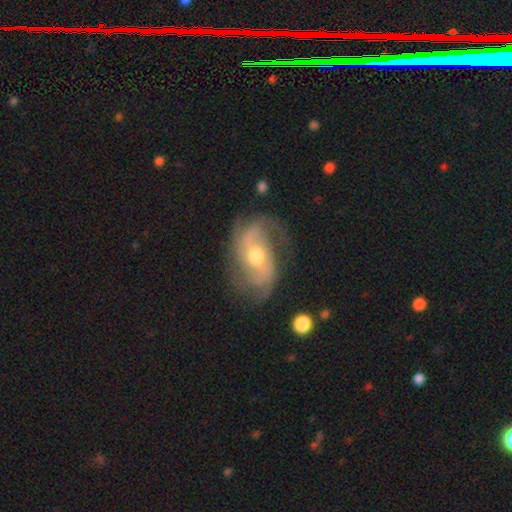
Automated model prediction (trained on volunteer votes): This appears to be a featured or disk galaxy (83%) with no bar (52%), 2 (59%) medium (42%) spiral arms (93%) and a moderate central bulge (71%). Merging: none (65%).